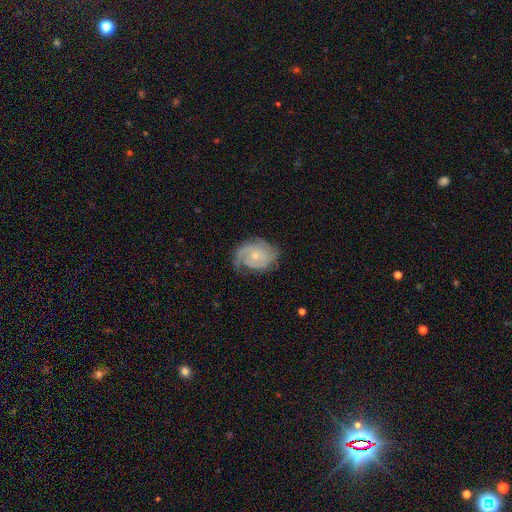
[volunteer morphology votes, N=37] Smooth or featured? 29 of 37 (78%) said featured or disk. Edge-on disk? 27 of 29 (93%) said no. Bar? 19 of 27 (70%) said no. Spiral arms? 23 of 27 (85%) said yes. Spiral winding? 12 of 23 (52%) said medium. Spiral arm count? 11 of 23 (48%) said 2. Bulge size? 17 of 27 (63%) said small. Merging? 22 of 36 (61%) said none.